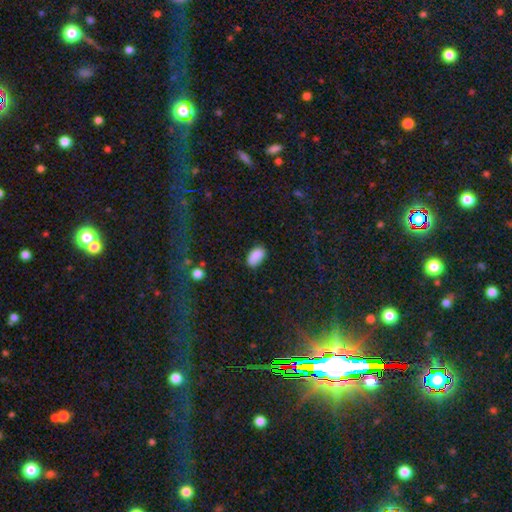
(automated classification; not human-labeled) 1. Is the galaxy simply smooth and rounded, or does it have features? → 84% smooth, 9% star or artifact, 7% featured or disk.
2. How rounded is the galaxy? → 92% in between, 6% round, 2% cigar-shaped.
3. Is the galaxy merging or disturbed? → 66% none, 23% minor disturbance, 6% merger, 5% major disturbance.